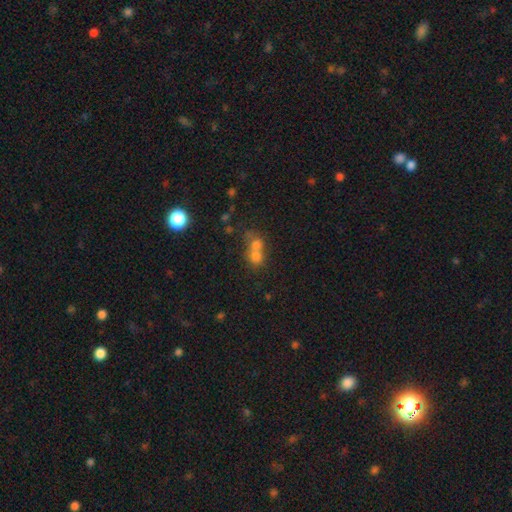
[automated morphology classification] This is likely a smooth galaxy (68%). How rounded: likely round (69%). Merging: likely merger (66%).